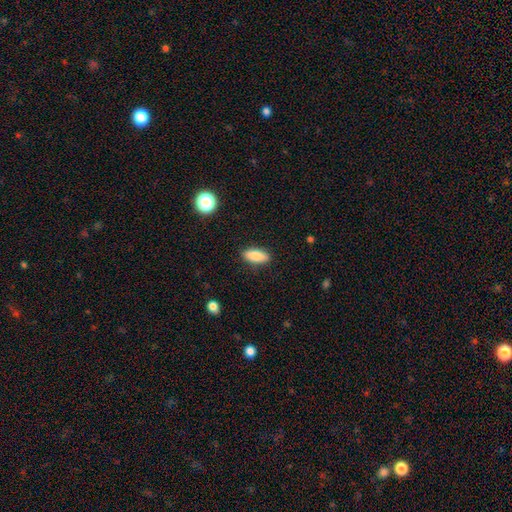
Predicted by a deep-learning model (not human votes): smooth-or-featured: smooth: 86% | featured or disk: 7% | star or artifact: 7%
  how-rounded: in between: 81% | cigar-shaped: 16% | round: 3%
  merging: none: 88% | minor disturbance: 8% | major disturbance: 2% | merger: 1%